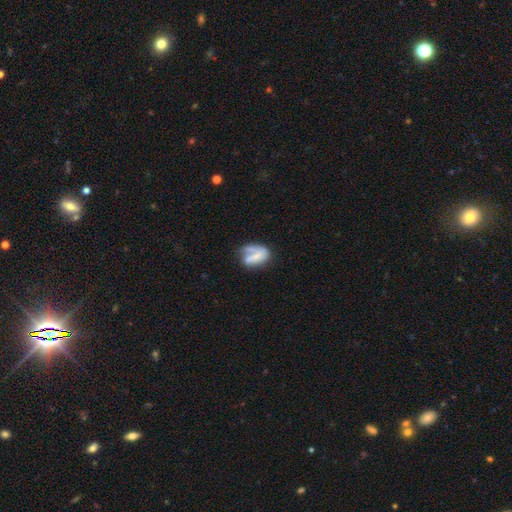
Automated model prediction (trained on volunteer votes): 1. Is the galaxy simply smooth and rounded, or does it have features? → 52% featured or disk, 40% smooth, 8% star or artifact.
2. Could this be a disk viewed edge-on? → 96% no, 4% yes.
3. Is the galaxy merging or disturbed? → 38% none, 25% major disturbance, 25% minor disturbance, 12% merger.